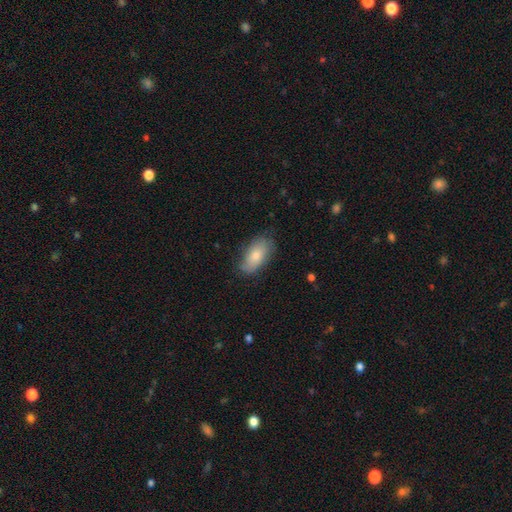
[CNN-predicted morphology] A smooth galaxy with no disk features (76%) that is in between round and cigar-shaped (92%). Merging: none (71%).